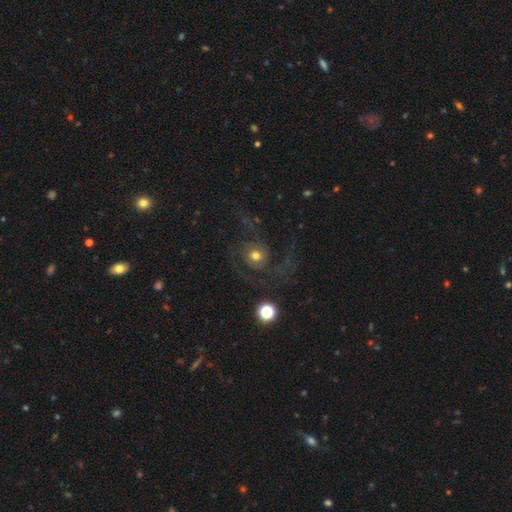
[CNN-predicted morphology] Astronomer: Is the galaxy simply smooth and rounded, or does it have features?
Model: featured or disk — 78%.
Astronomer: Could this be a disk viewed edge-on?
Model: no — 97%.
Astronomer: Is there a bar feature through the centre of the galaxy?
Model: no — 75%.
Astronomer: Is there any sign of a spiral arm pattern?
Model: yes — 95%.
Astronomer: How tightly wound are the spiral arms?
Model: medium — 50% (runner-up: loose, 31%).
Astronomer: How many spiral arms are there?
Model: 2 — 58%.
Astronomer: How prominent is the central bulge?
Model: moderate — 62%.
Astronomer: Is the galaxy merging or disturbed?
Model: none — 63%.